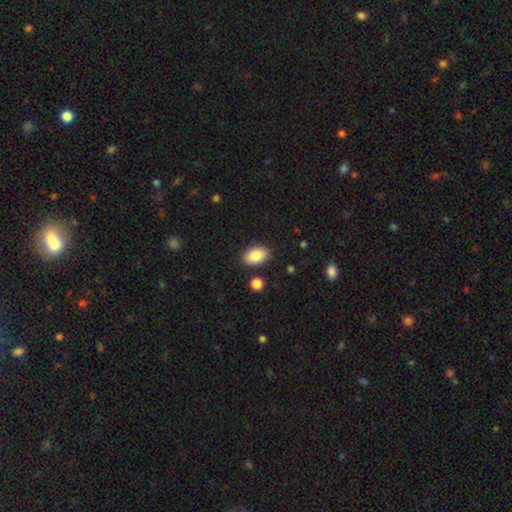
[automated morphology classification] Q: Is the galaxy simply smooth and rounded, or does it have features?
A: smooth — 86%.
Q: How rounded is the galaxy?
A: in between — 89%.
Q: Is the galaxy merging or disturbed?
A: none — 85%.